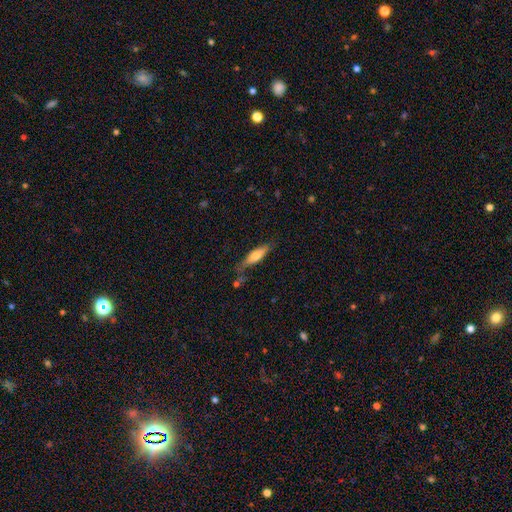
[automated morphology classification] Smooth or featured: smooth — 63% (featured or disk — 30%)
How rounded: cigar-shaped — 60% (in between — 38%)
Merging: none — 64% (minor disturbance — 23%)